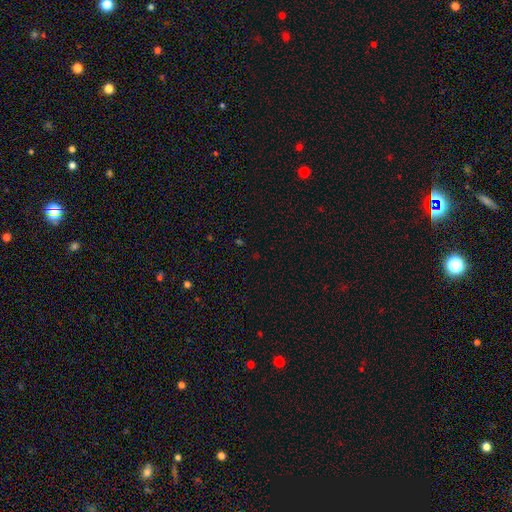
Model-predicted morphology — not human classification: A star or artifact, not a galaxy (61%).

Vote fractions:
- Smooth or featured? star or artifact: 61% / smooth: 31% / featured or disk: 7%